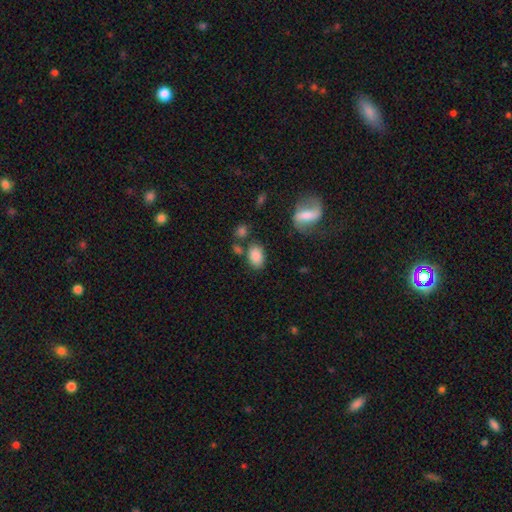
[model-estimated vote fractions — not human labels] A smooth galaxy with no disk features (85%) that is in between round and cigar-shaped (88%).

Vote fractions:
- Smooth or featured? smooth: 85% / star or artifact: 8% / featured or disk: 7%
- How rounded? in between: 88% / round: 11% / cigar-shaped: 1%
- Merging? none: 70% / minor disturbance: 15% / merger: 10% / major disturbance: 5%